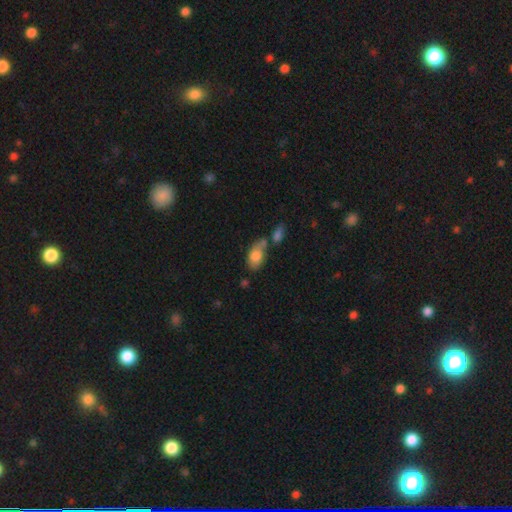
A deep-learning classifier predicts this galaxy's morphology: This appears to be a smooth galaxy with no disk features (79%) that is in between round and cigar-shaped (90%). Merging: none (38%).